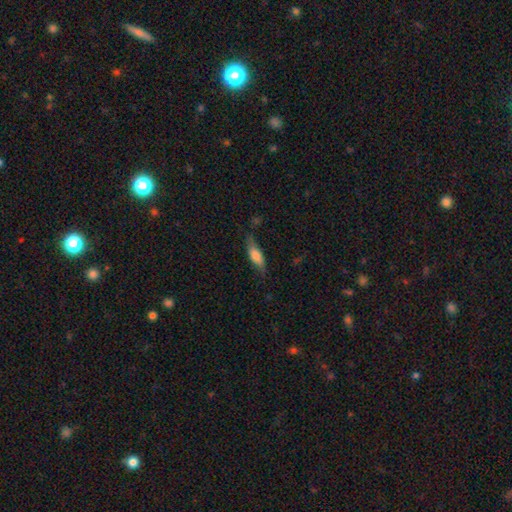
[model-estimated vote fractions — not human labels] Smooth or featured?
  - smooth: 72% *
  - featured or disk: 22%
  - star or artifact: 7%
How rounded?
  - in between: 63% *
  - cigar-shaped: 35%
  - round: 2%
Merging?
  - none: 60% *
  - minor disturbance: 28%
  - major disturbance: 9%
  - merger: 3%